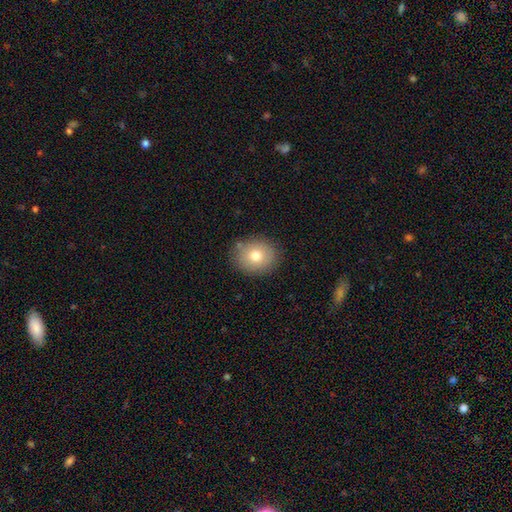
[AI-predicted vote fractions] A smooth galaxy with no disk features (77%) that is round (63%).

Vote fractions:
- Smooth or featured? smooth: 77% / featured or disk: 14% / star or artifact: 10%
- How rounded? round: 63% / in between: 36% / cigar-shaped: 1%
- Merging? none: 84% / minor disturbance: 11% / major disturbance: 3% / merger: 2%